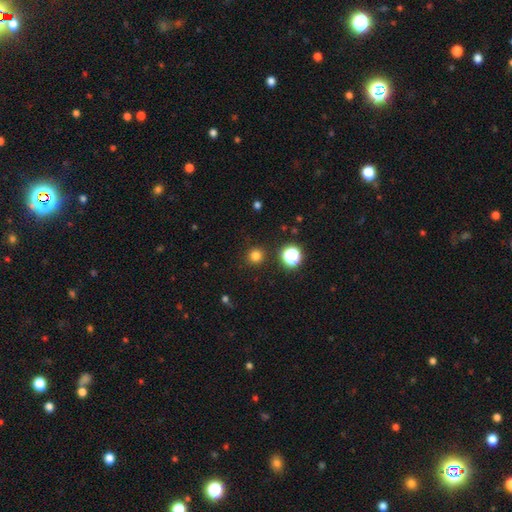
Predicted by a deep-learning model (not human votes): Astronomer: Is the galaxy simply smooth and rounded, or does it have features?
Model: smooth — 79%.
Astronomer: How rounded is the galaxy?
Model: round — 95%.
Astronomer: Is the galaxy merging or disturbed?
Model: none — 91%.